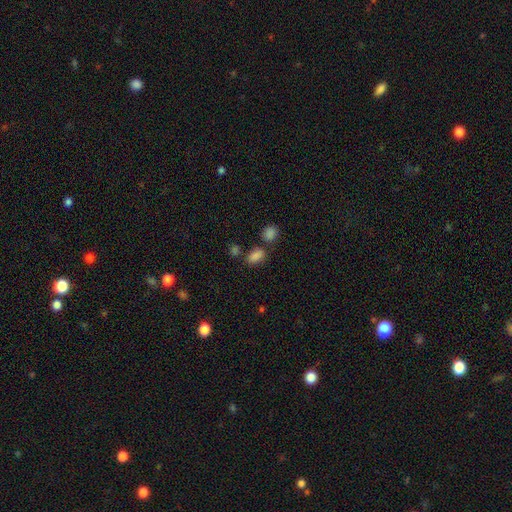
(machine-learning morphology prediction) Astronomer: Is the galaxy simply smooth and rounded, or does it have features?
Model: smooth — 83%.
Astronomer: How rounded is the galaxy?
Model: in between — 86%.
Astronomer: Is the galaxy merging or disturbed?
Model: none — 65%.